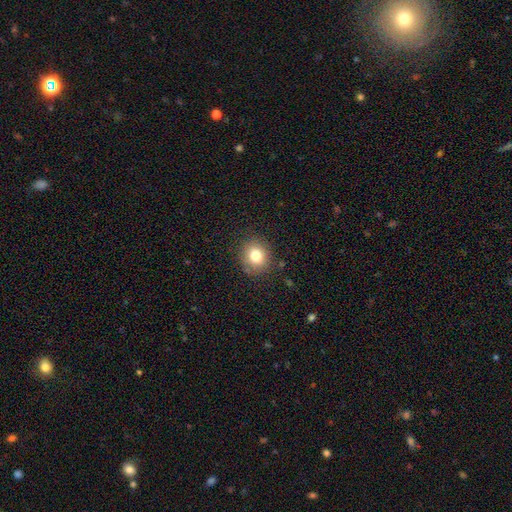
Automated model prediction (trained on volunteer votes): The model was most divided on "how rounded": round: 81%, in between: 18%, cigar-shaped: 1%. More confident: merging — none (87%); smooth or featured — smooth (79%).